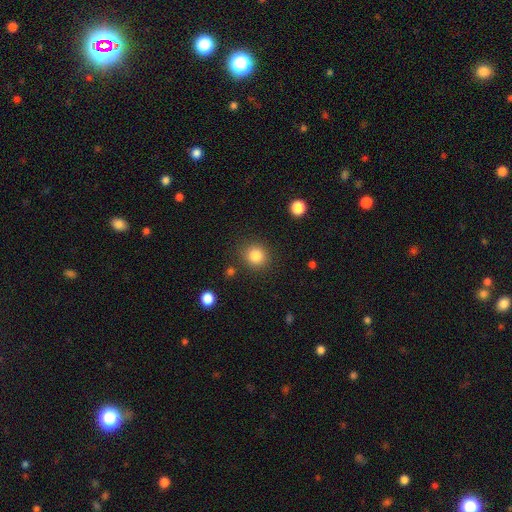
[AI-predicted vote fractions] This is clearly a smooth galaxy (84%). How rounded: clearly round (89%). Merging: clearly none (87%).